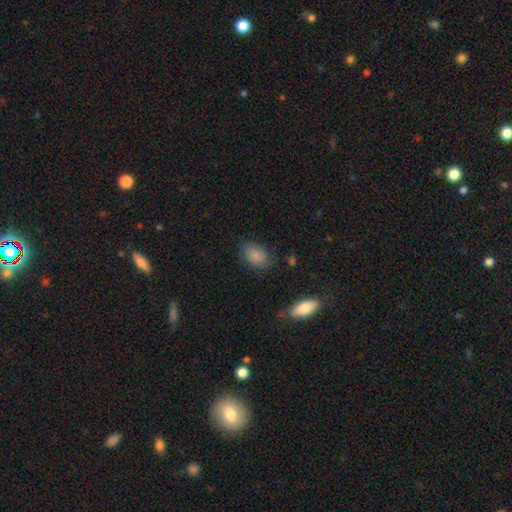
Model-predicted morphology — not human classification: smooth-or-featured: smooth: 85% | star or artifact: 8% | featured or disk: 6%
  how-rounded: in between: 84% | round: 15% | cigar-shaped: 1%
  merging: none: 77% | minor disturbance: 17% | major disturbance: 4% | merger: 2%